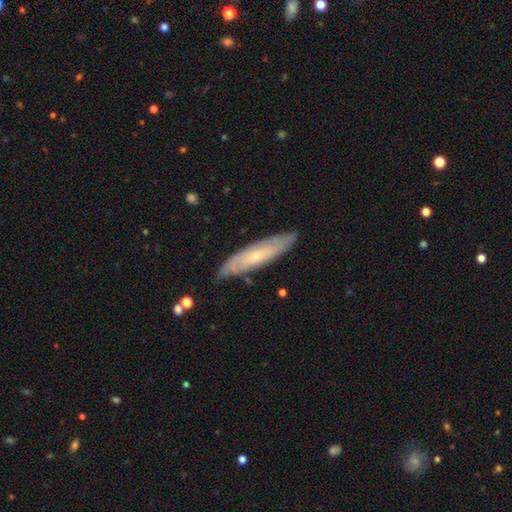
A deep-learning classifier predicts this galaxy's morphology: The model was most divided on "edge-on disk": no: 63%, yes: 37%. More confident: merging — none (80%); smooth or featured — featured or disk (65%).